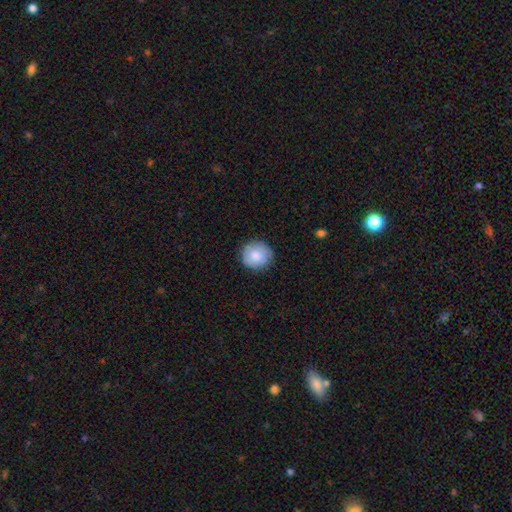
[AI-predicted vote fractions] A smooth galaxy with no disk features (82%) that is round (89%). Merging: none (85%).